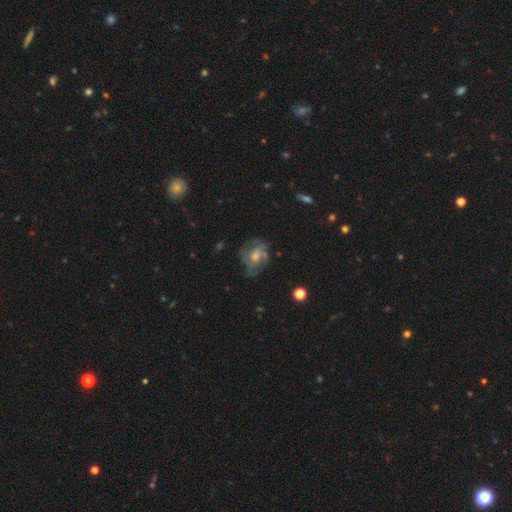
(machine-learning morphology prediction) Overall: featured or disk (63%; smooth 27%). Edge-on disk: no (97%). Bar: no (71%). Spiral arms: yes (75%). Bulge size: moderate (55%; small 27%). Merging: none (57%; minor disturbance 23%).